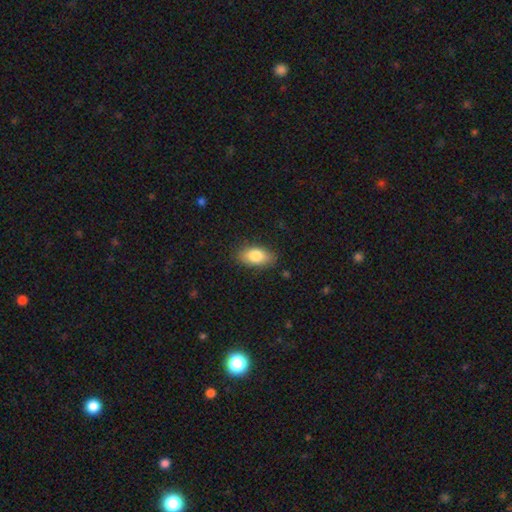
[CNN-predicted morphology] smooth 81%, featured or disk 12%, star or artifact 7%. Down the decision tree: how rounded — in between (90%); merging — none (84%).